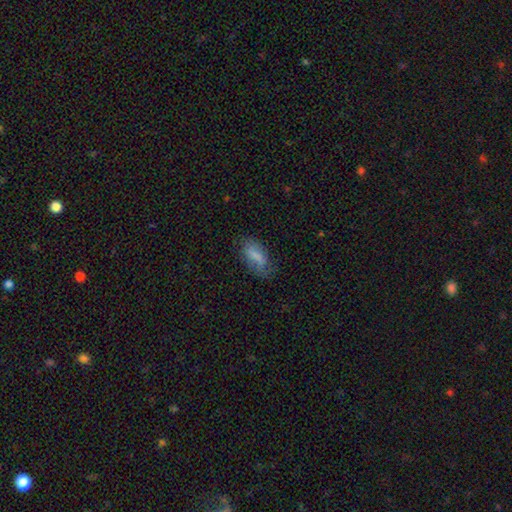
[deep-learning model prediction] Smooth or featured? Predicted: smooth (p=0.74). How rounded? Predicted: in between (p=0.82). Merging? Predicted: none (p=0.61).